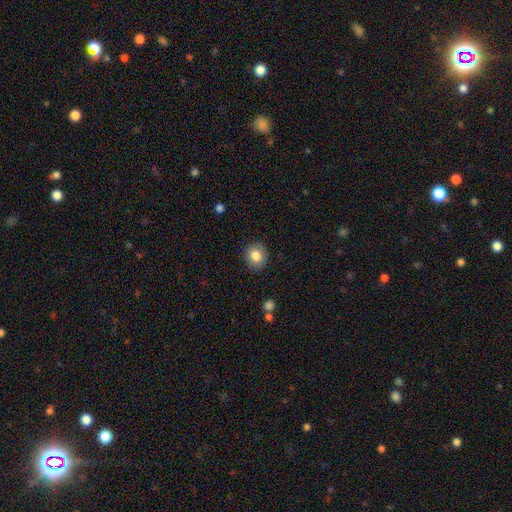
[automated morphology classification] Q: Smooth or featured?
A: smooth (84%); runner-up: star or artifact (9%)
Q: How rounded?
A: round (72%); runner-up: in between (28%)
Q: Merging?
A: none (88%); runner-up: minor disturbance (8%)